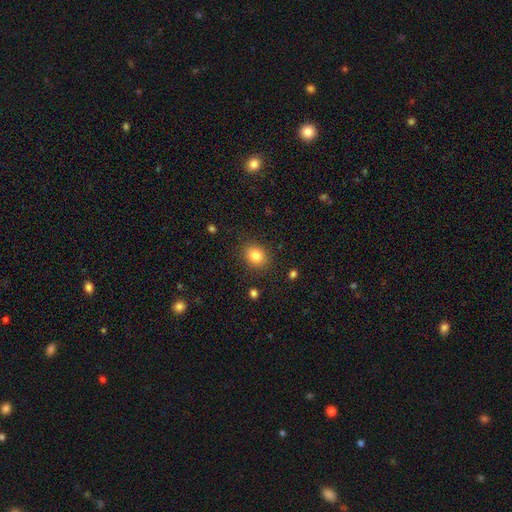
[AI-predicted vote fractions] Overall: smooth (82%). How rounded: round (57%; in between 42%). Merging: none (87%).